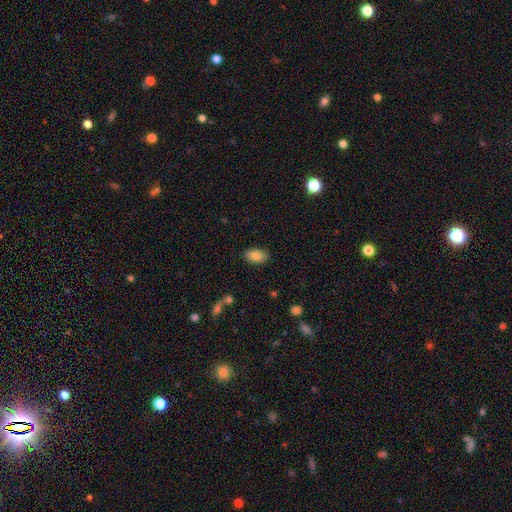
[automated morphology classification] Overall: smooth (80%). How rounded: in between (91%). Merging: none (86%).